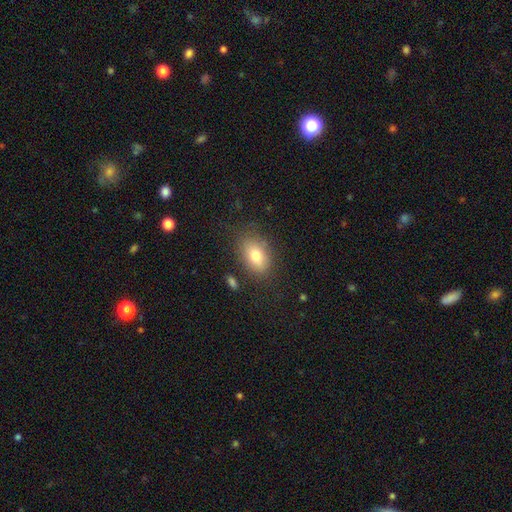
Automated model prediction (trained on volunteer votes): Overall: smooth (76%). How rounded: in between (83%). Merging: none (78%).